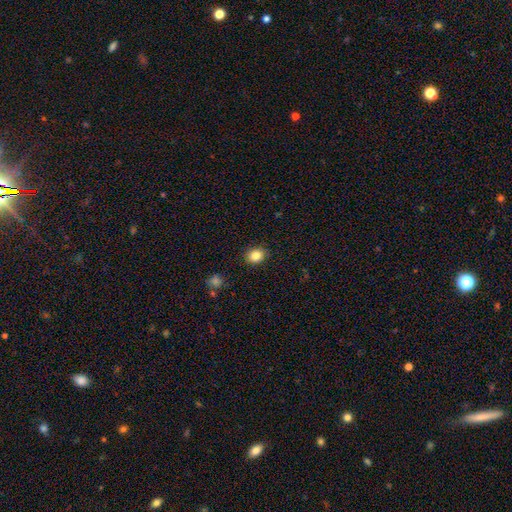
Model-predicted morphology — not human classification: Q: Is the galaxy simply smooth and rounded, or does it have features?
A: smooth — 84%.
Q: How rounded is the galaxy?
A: round — 65%.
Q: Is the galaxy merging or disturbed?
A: none — 90%.